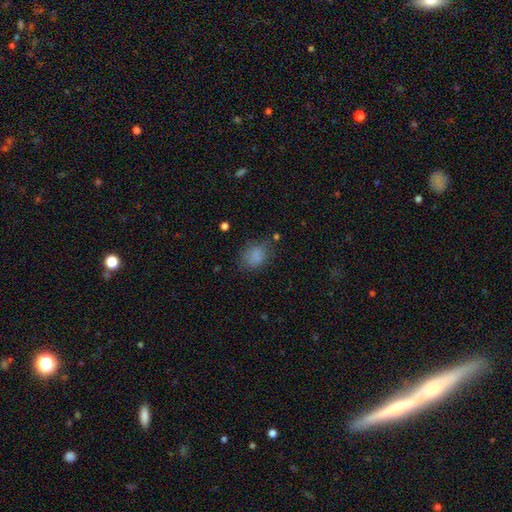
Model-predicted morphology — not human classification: Smooth or featured? smooth (82%)
How rounded? in between (54%)
Merging? none (67%)